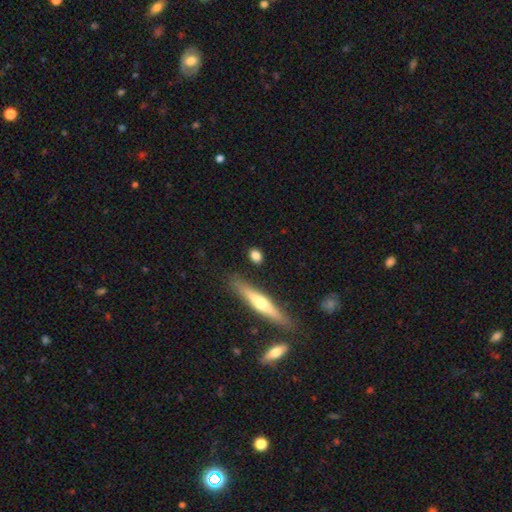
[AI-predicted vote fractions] The model was most divided on "how rounded": in between: 45%, round: 38%, cigar-shaped: 16%. More confident: merging — none (83%); smooth or featured — smooth (79%).